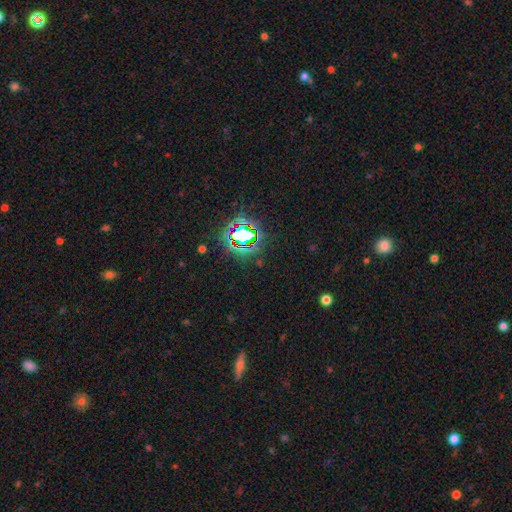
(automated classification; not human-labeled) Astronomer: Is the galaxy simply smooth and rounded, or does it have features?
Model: star or artifact — 79%.